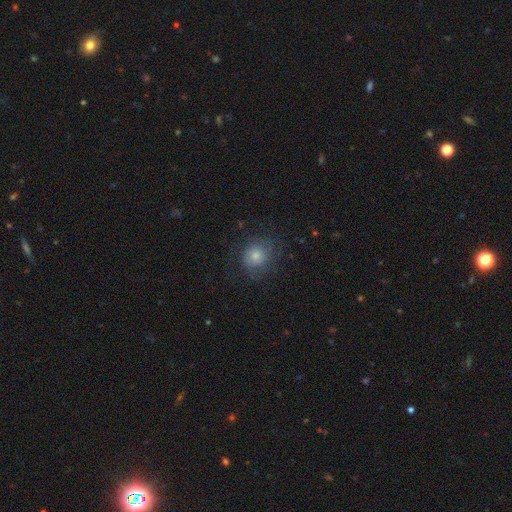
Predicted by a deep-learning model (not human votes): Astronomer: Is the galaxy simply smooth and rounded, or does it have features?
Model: smooth — 61%.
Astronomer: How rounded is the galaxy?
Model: round — 82%.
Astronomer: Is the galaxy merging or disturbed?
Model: none — 73%.